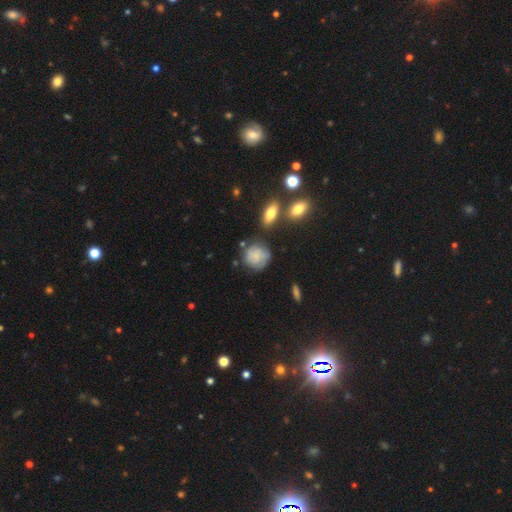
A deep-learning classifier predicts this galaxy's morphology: smooth_or_featured: smooth (p=0.56) [alt: featured or disk p=0.36]
how_rounded: round (p=0.78) [alt: in between p=0.21]
merging: none (p=0.65) [alt: minor disturbance p=0.22]